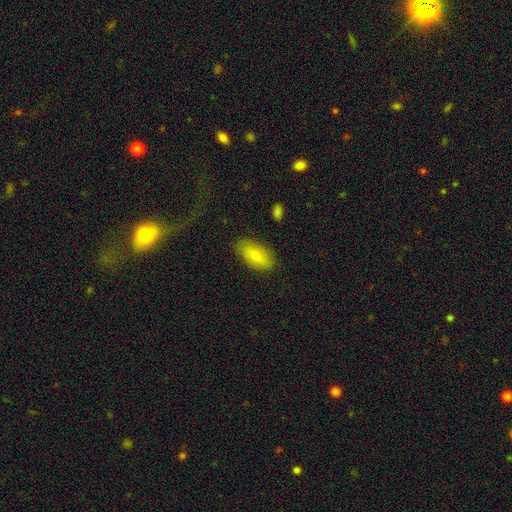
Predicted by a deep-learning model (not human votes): A smooth galaxy with no disk features (79%) that is in between round and cigar-shaped (92%). Merging: none (82%).